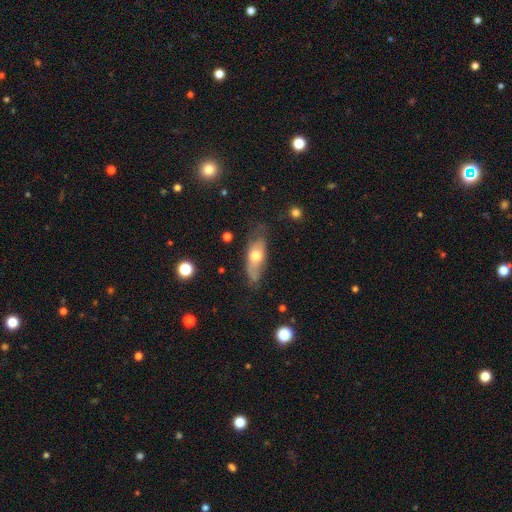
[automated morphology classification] Smooth or featured? smooth (57%)
How rounded? in between (72%)
Merging? none (50%)